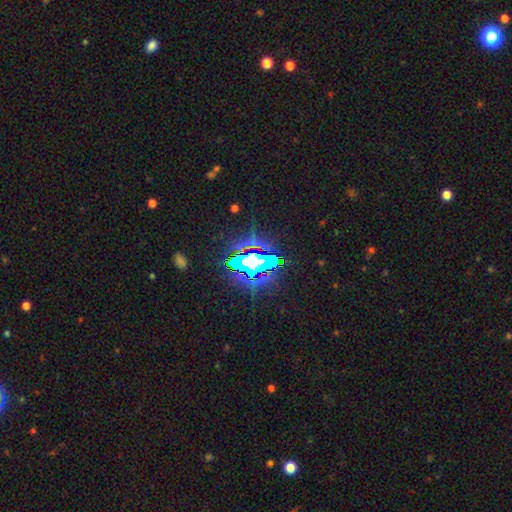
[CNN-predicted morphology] Smooth or featured? Predicted: star or artifact (p=0.65).